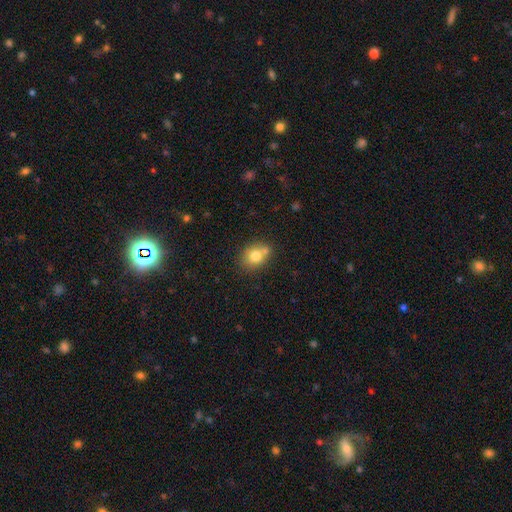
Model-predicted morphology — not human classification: Overall: smooth (77%). How rounded: round (59%; in between 40%). Merging: none (59%; merger 23%).